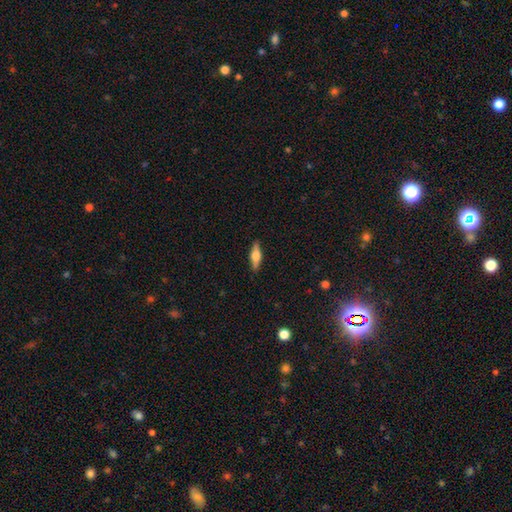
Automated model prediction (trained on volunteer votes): Overall: smooth (48%; featured or disk 46%). Merging: none (89%).